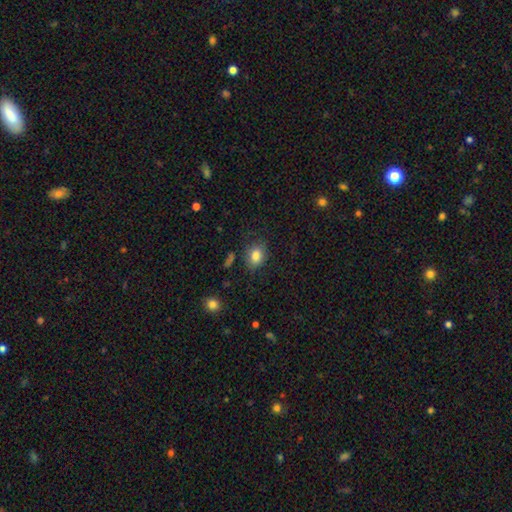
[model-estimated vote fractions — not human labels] This is clearly a smooth galaxy (83%). How rounded: likely in between (63%). Merging: likely none (75%).